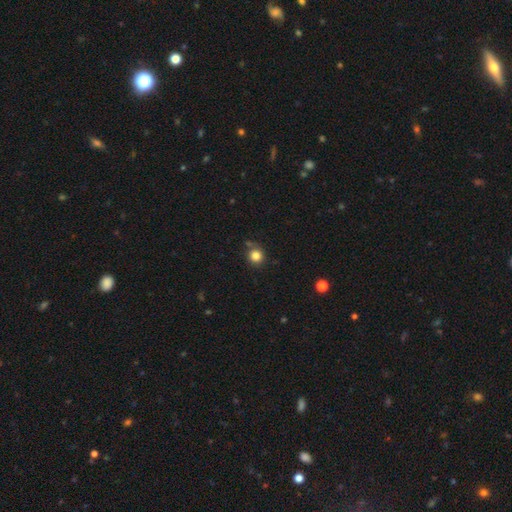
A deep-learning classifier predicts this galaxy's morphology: A smooth galaxy with no disk features (83%) that is round (90%).

Vote fractions:
- Smooth or featured? smooth: 83% / star or artifact: 12% / featured or disk: 5%
- How rounded? round: 90% / in between: 9% / cigar-shaped: 1%
- Merging? none: 77% / minor disturbance: 13% / merger: 6% / major disturbance: 4%